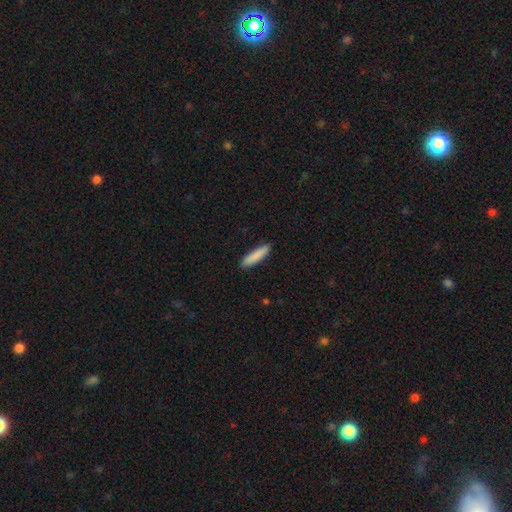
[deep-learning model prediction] A smooth galaxy with no disk features (88%) that is cigar-shaped (82%). Merging: none (90%).